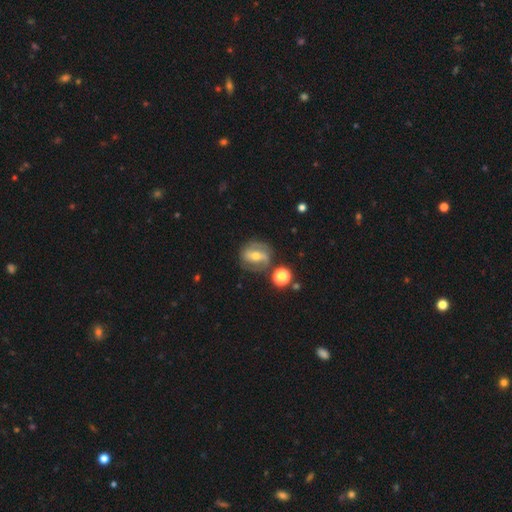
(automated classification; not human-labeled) Q: Smooth or featured?
A: featured or disk (70%); runner-up: smooth (22%)
Q: Edge-on disk?
A: no (95%); runner-up: yes (5%)
Q: Bar?
A: strong (45%); runner-up: weak (35%)
Q: Spiral arms?
A: yes (83%); runner-up: no (17%)
Q: Spiral winding?
A: medium (43%); runner-up: tight (33%)
Q: Spiral arm count?
A: 2 (77%); runner-up: can't tell (12%)
Q: Bulge size?
A: moderate (60%); runner-up: small (34%)
Q: Merging?
A: none (70%); runner-up: minor disturbance (16%)